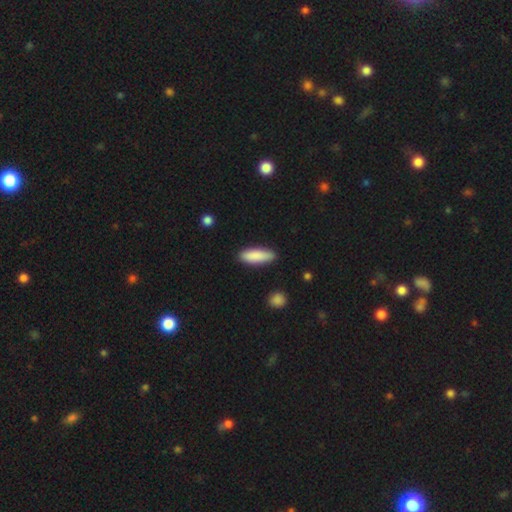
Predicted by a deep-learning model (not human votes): smooth-or-featured: smooth: 87% | featured or disk: 7% | star or artifact: 6%
  how-rounded: in between: 50% | cigar-shaped: 49% | round: 2%
  merging: none: 85% | minor disturbance: 12% | major disturbance: 2% | merger: 2%